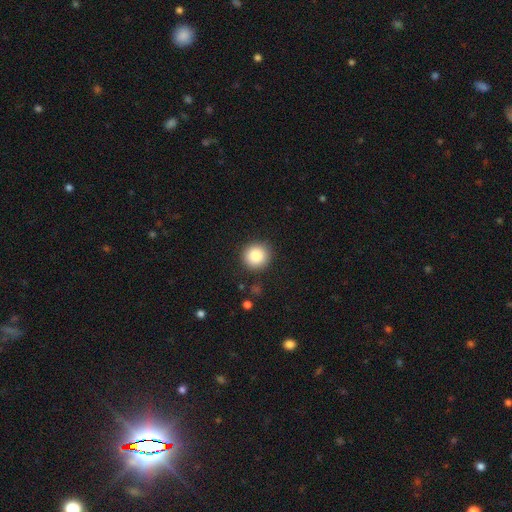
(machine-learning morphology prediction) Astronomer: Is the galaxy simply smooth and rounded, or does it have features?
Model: smooth — 85%.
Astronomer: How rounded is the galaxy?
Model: round — 93%.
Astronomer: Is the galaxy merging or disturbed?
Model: none — 90%.